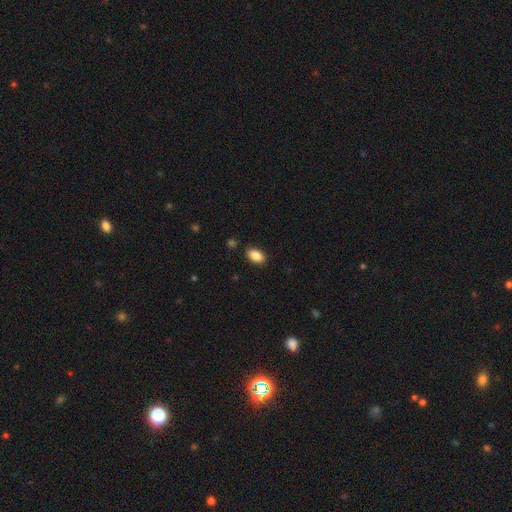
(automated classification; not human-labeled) This is clearly a smooth galaxy (87%). How rounded: clearly in between (92%). Merging: clearly none (86%).